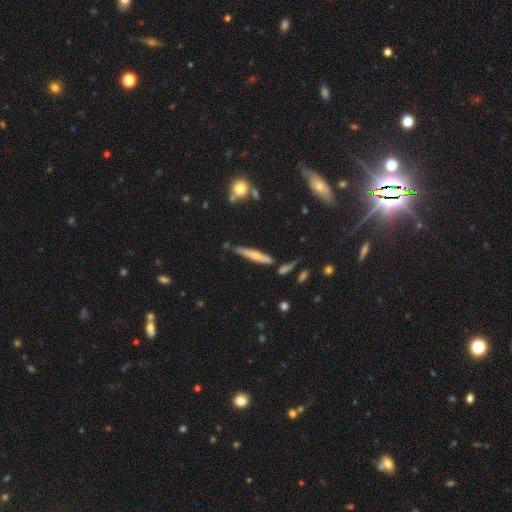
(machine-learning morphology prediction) Smooth or featured? Predicted: smooth (p=0.47). Merging? Predicted: none (p=0.74).